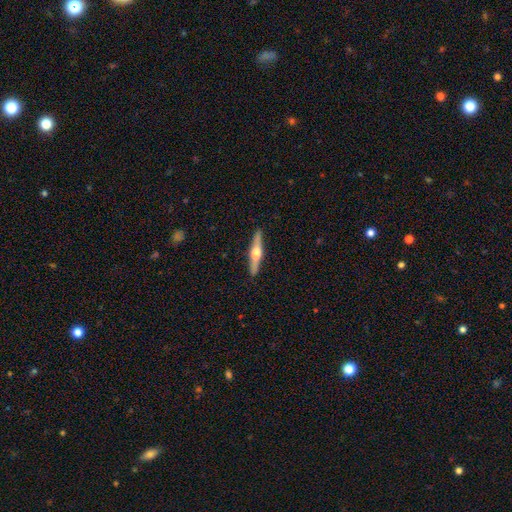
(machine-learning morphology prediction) Smooth or featured: featured or disk — 65% (smooth — 29%)
Edge-on disk: yes — 97% (no — 3%)
Edge-on bulge: rounded — 94% (boxy — 4%)
Merging: none — 90% (minor disturbance — 7%)